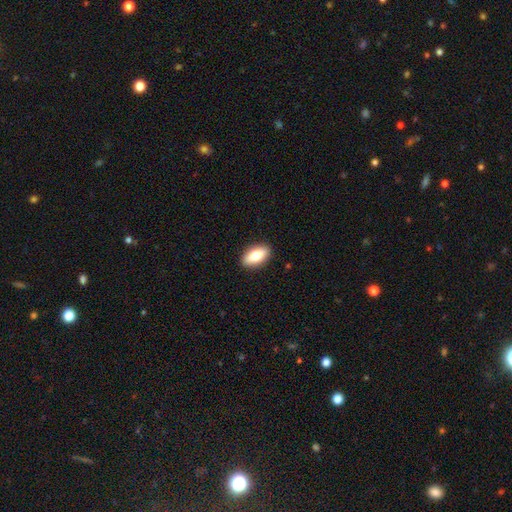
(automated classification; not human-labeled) A smooth galaxy with no disk features (76%) that is in between round and cigar-shaped (90%). Merging: none (90%).